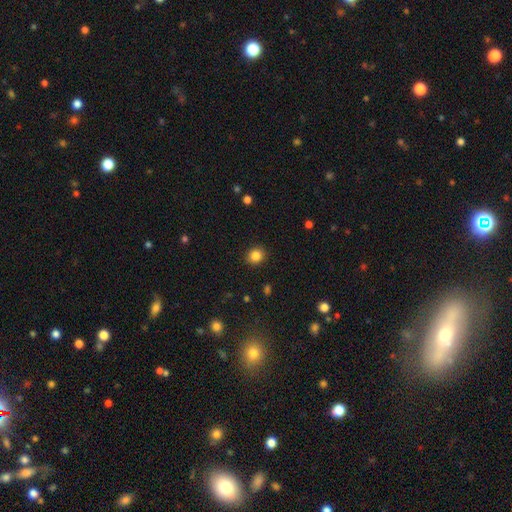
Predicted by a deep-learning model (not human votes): smooth-or-featured: smooth: 85% | star or artifact: 11% | featured or disk: 4%
  how-rounded: round: 78% | in between: 21% | cigar-shaped: 1%
  merging: none: 91% | minor disturbance: 6% | major disturbance: 2% | merger: 1%